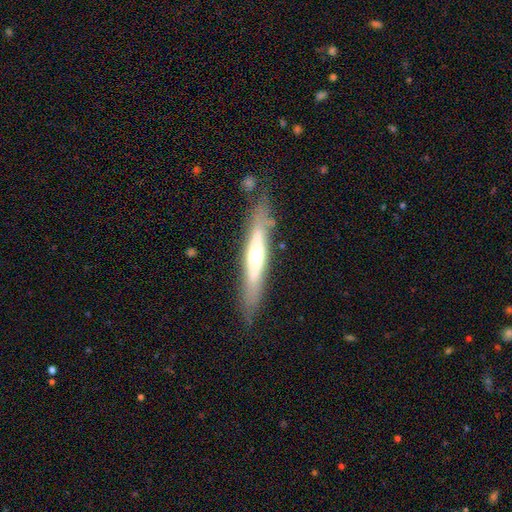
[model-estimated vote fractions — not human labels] smooth_or_featured: featured or disk (p=0.59) [alt: smooth p=0.35]
disk_edge_on: yes (p=0.77) [alt: no p=0.23]
merging: none (p=0.78) [alt: minor disturbance p=0.15]